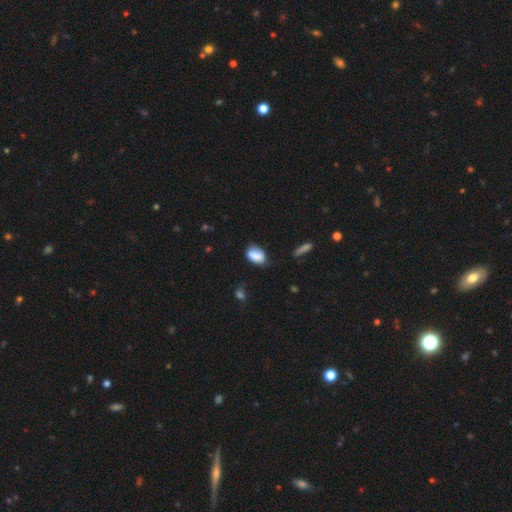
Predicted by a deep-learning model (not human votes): A smooth galaxy with no disk features (81%) that is in between round and cigar-shaped (84%). Merging: none (59%).